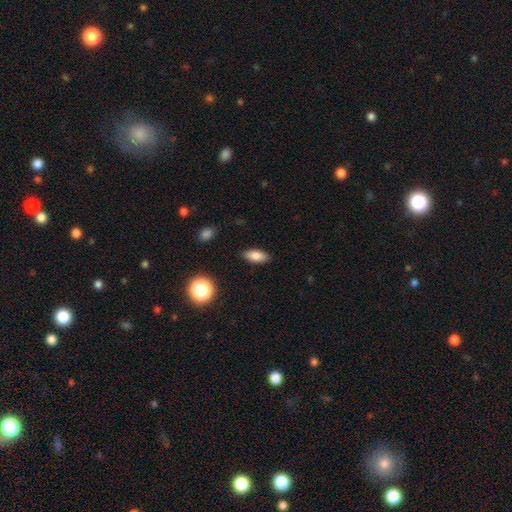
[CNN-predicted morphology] smooth-or-featured: smooth: 82% | star or artifact: 10% | featured or disk: 9%
  how-rounded: in between: 83% | cigar-shaped: 12% | round: 5%
  merging: none: 87% | minor disturbance: 9% | major disturbance: 2% | merger: 1%